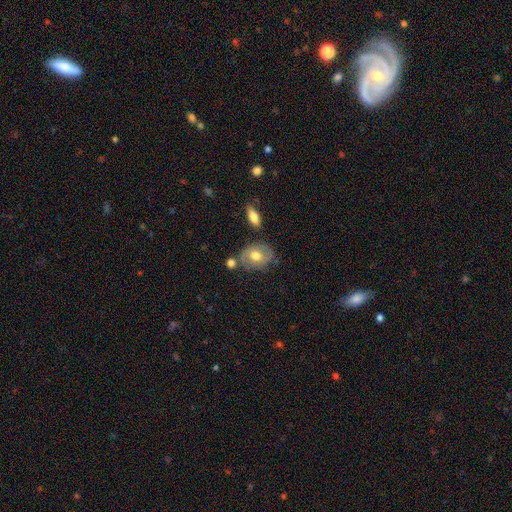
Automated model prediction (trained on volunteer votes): The model was most divided on "smooth or featured": smooth: 52%, featured or disk: 41%, star or artifact: 7%. More confident: merging — none (61%); how rounded — in between (60%).